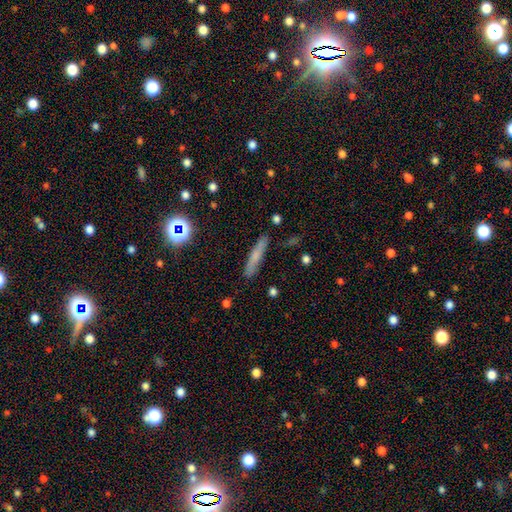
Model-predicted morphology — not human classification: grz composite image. It shows a smooth galaxy with no disk features (64%) that is cigar-shaped (89%). Merging: none (84%).